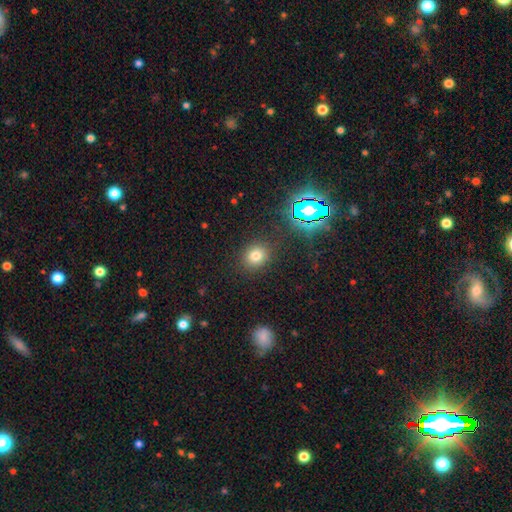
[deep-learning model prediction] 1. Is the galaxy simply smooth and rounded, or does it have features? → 72% smooth, 20% star or artifact, 8% featured or disk.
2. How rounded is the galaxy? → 72% round, 27% in between, 1% cigar-shaped.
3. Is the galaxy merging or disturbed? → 87% none, 8% minor disturbance, 3% major disturbance, 2% merger.